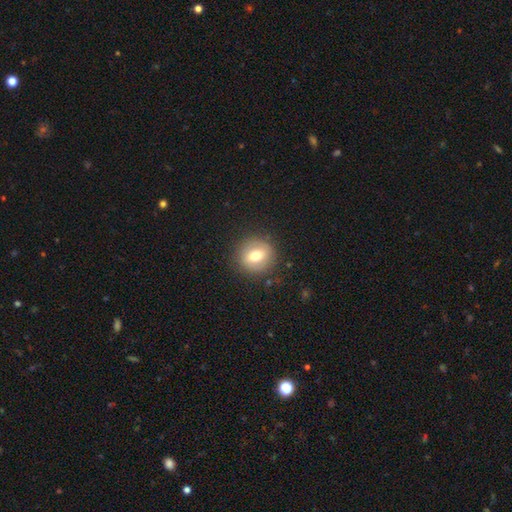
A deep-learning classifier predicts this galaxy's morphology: Q: Smooth or featured?
A: smooth (68%); runner-up: featured or disk (22%)
Q: How rounded?
A: round (88%); runner-up: in between (11%)
Q: Merging?
A: none (87%); runner-up: minor disturbance (8%)